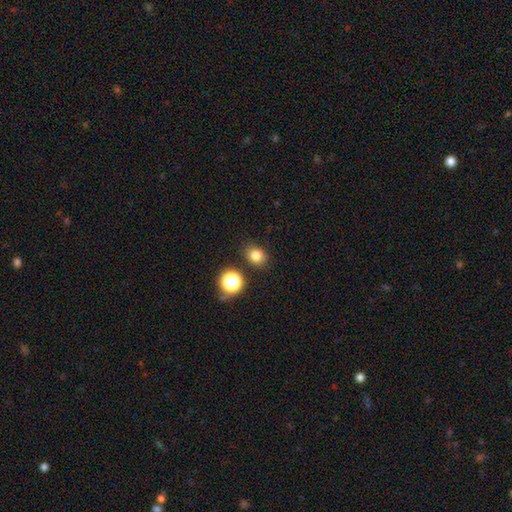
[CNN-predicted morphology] Smooth or featured? smooth (79%)
How rounded? round (54%)
Merging? none (84%)